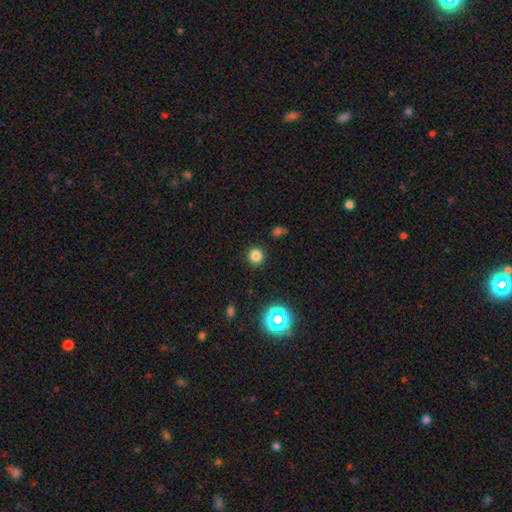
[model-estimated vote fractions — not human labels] The model was most divided on "smooth or featured": smooth: 80%, star or artifact: 15%, featured or disk: 4%. More confident: how rounded — round (92%); merging — none (90%).